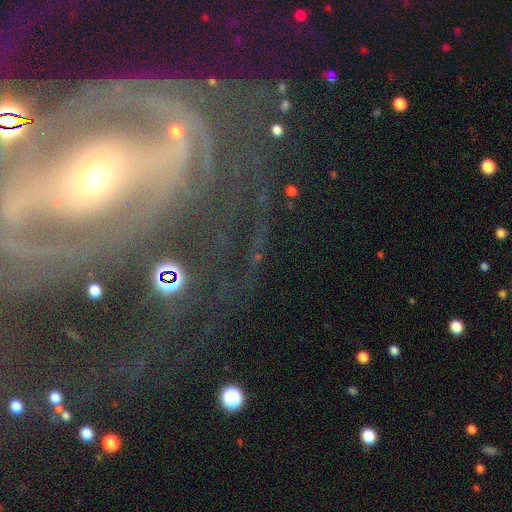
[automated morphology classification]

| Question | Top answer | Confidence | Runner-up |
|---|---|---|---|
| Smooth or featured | featured or disk | 79% | star or artifact (13%) |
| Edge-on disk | no | 94% | yes (6%) |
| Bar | strong | 39% | no (35%) |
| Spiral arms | yes | 88% | no (12%) |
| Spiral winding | tight | 50% | medium (34%) |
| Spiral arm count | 2 | 37% | can't tell (23%) |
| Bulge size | small | 49% | moderate (41%) |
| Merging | none | 62% | major disturbance (19%) |